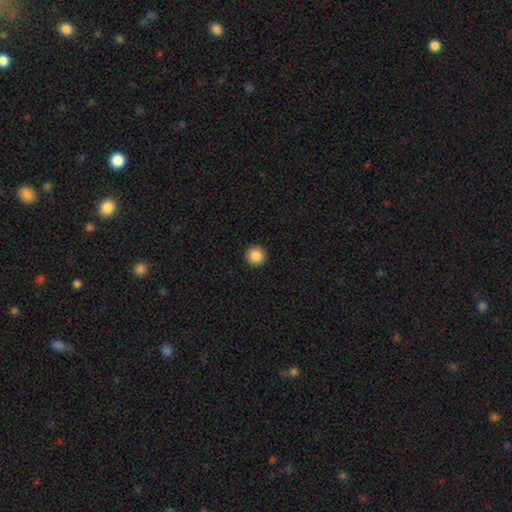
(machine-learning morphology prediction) smooth_or_featured: smooth (p=0.87) [alt: star or artifact p=0.09]
how_rounded: round (p=0.96) [alt: in between p=0.03]
merging: none (p=0.94) [alt: minor disturbance p=0.04]